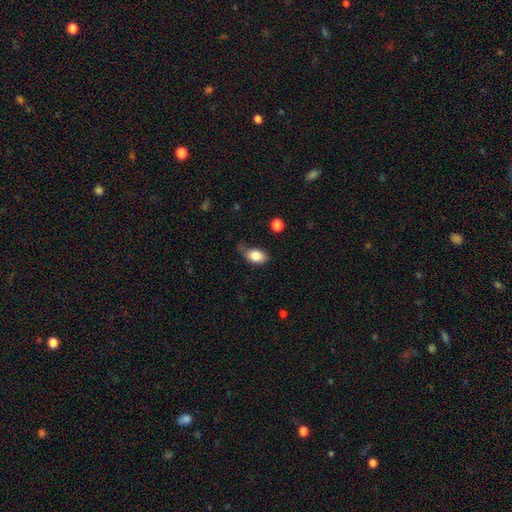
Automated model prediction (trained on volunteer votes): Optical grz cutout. It shows a smooth galaxy with no disk features (84%) that is in between round and cigar-shaped (88%). Merging: none (56%).